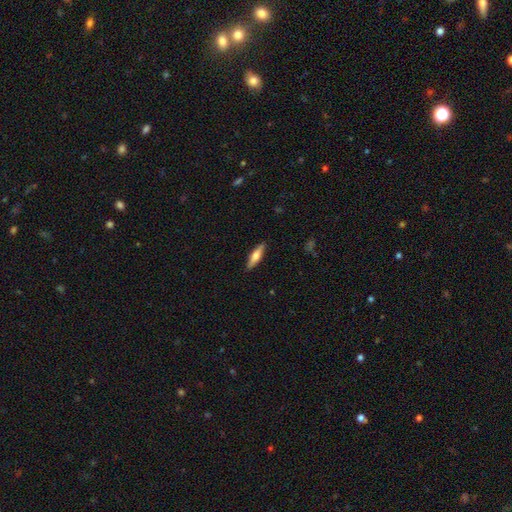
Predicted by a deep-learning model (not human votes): The model was most divided on "smooth or featured": smooth: 56%, featured or disk: 39%, star or artifact: 6%. More confident: merging — none (89%); how rounded — cigar-shaped (70%).